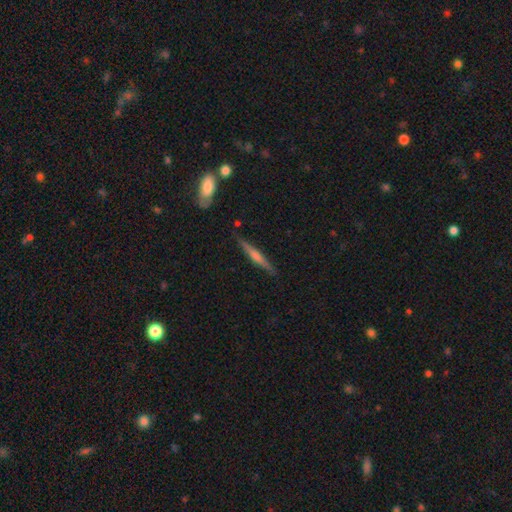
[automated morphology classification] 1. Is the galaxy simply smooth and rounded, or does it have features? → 65% featured or disk, 26% smooth, 10% star or artifact.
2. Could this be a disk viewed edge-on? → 96% yes, 4% no.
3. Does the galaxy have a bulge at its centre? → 79% rounded, 13% none, 8% boxy.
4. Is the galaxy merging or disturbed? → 86% none, 10% minor disturbance, 2% major disturbance, 2% merger.